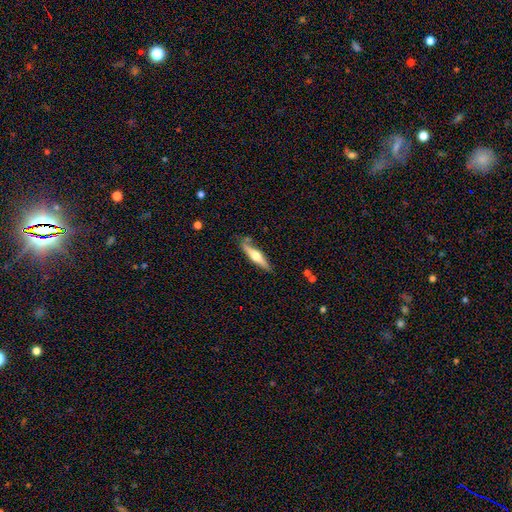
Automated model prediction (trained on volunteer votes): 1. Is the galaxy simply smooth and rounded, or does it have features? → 56% featured or disk, 39% smooth, 5% star or artifact.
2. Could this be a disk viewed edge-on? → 95% yes, 5% no.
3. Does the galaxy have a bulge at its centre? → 91% rounded, 5% boxy, 4% none.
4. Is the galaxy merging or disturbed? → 79% none, 15% minor disturbance, 4% merger, 3% major disturbance.